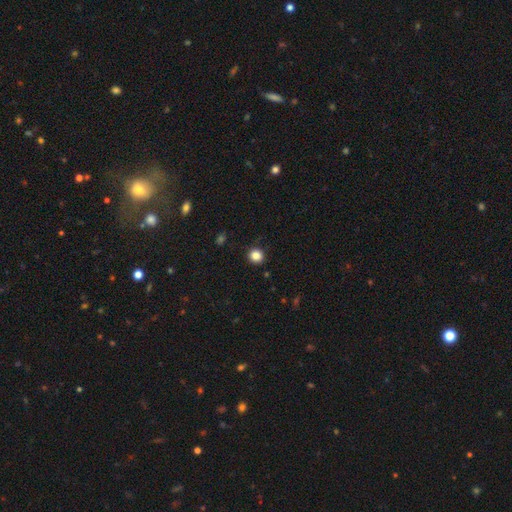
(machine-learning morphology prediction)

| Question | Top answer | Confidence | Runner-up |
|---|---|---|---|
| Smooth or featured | smooth | 85% | star or artifact (11%) |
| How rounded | round | 89% | in between (10%) |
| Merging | none | 89% | minor disturbance (8%) |